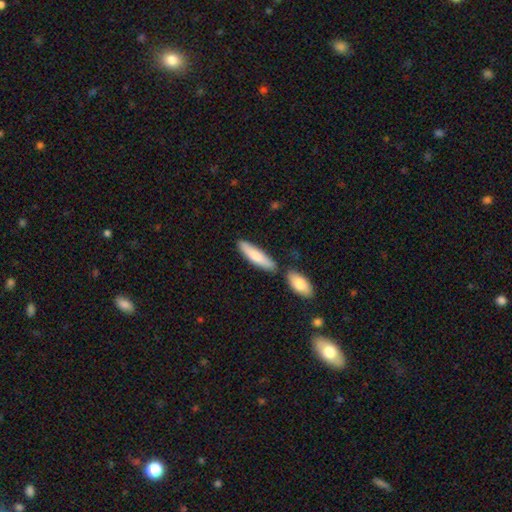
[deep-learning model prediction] This is likely a smooth galaxy (80%). How rounded: likely cigar-shaped (70%). Merging: likely none (73%).